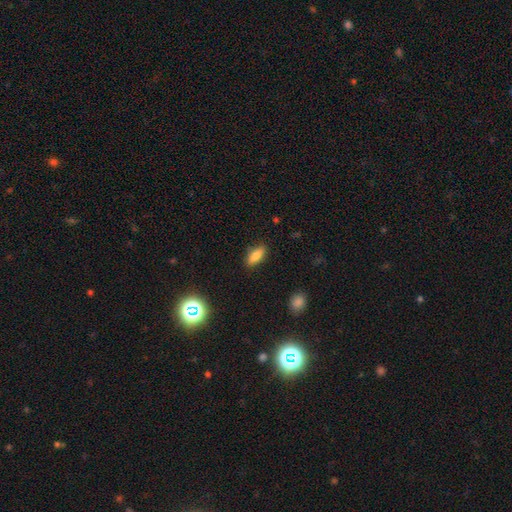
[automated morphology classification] smooth 80%, featured or disk 12%, star or artifact 9%. Down the decision tree: how rounded — in between (70%); merging — none (86%).